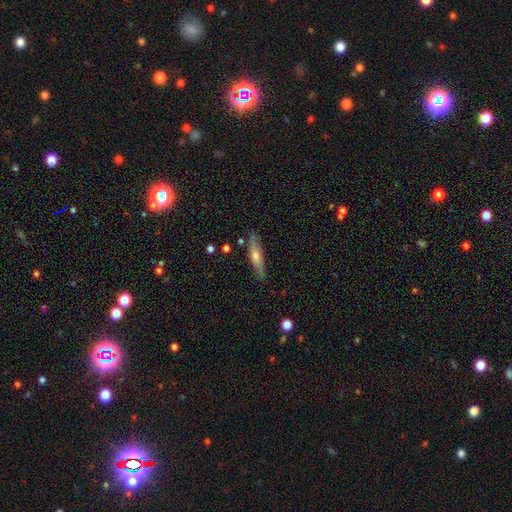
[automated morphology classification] Q: Smooth or featured?
A: featured or disk (47%); runner-up: smooth (46%)
Q: Merging?
A: none (86%); runner-up: minor disturbance (10%)